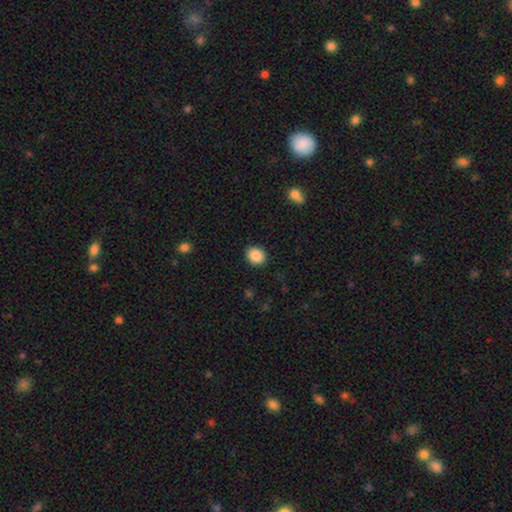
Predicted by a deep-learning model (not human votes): smooth 88%, star or artifact 9%, featured or disk 3%. Down the decision tree: how rounded — round (65%); merging — none (89%).